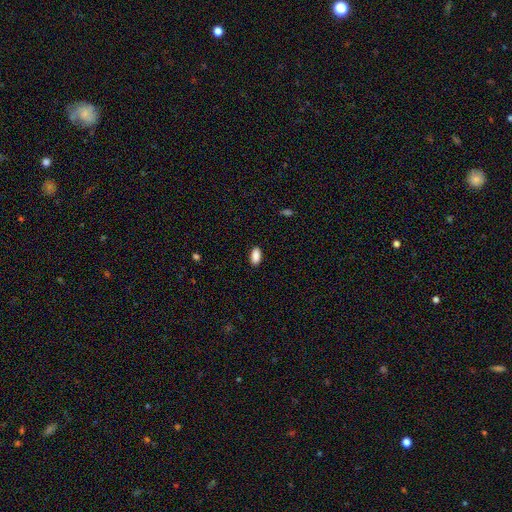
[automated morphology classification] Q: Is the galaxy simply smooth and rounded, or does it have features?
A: smooth — 89%.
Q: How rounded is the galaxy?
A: in between — 91%.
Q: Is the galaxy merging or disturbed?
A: none — 89%.